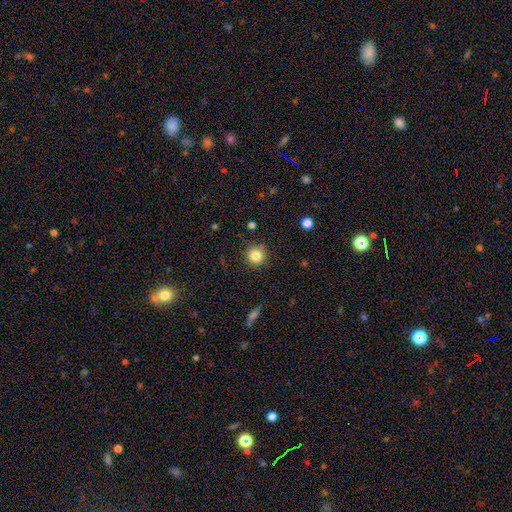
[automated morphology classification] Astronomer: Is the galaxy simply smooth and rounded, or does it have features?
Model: smooth — 84%.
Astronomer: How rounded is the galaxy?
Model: round — 93%.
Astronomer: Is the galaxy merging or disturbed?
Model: none — 88%.